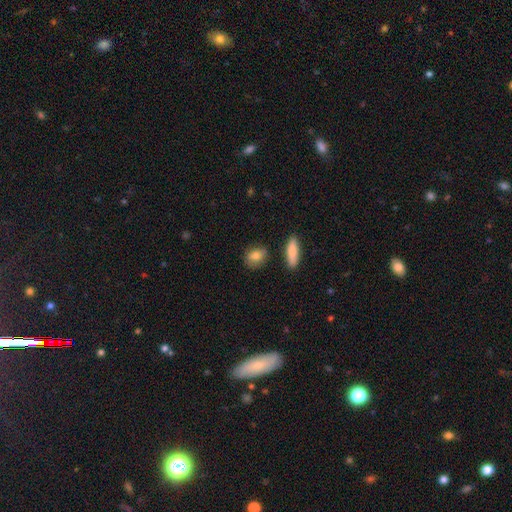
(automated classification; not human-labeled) Smooth or featured? smooth (82%)
How rounded? in between (59%)
Merging? none (81%)